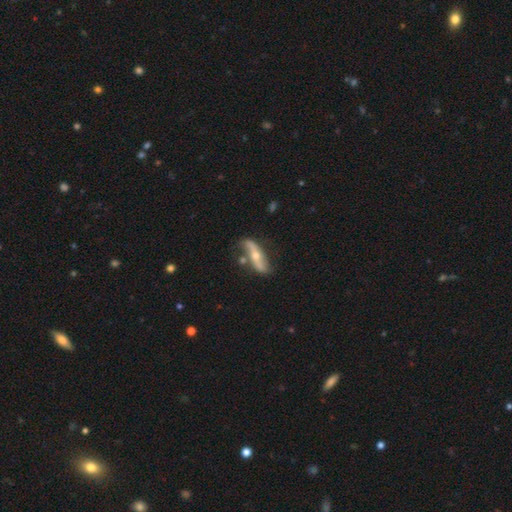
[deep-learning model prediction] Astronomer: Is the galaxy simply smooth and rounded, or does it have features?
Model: featured or disk — 70%.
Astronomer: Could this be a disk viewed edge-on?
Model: no — 66%.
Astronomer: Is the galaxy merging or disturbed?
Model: none — 65%.